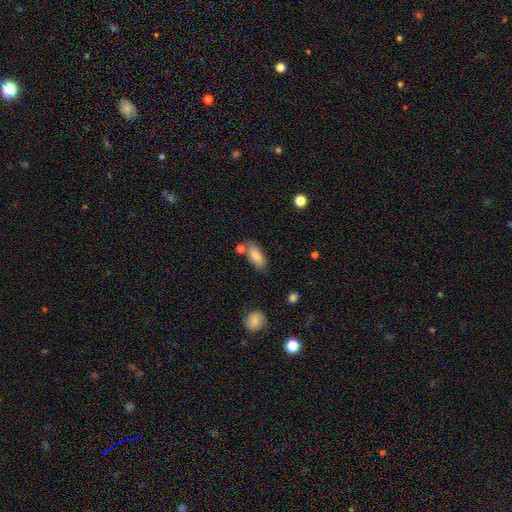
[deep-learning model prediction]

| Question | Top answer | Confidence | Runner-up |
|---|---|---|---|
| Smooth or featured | smooth | 83% | featured or disk (10%) |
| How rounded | in between | 86% | cigar-shaped (11%) |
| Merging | none | 68% | minor disturbance (15%) |